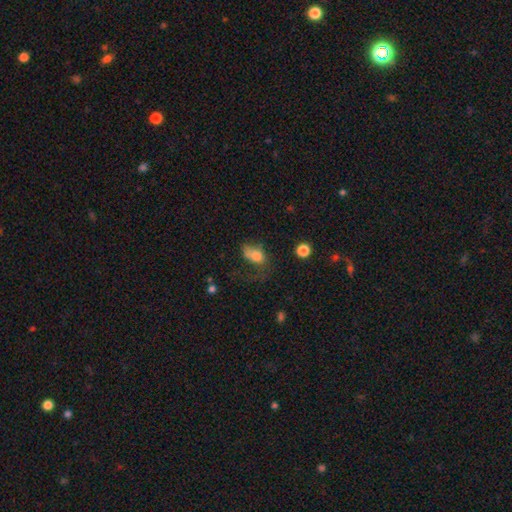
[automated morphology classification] Smooth or featured?
  - smooth: 71% *
  - featured or disk: 18%
  - star or artifact: 11%
How rounded?
  - in between: 75% *
  - round: 22%
  - cigar-shaped: 3%
Merging?
  - major disturbance: 48% *
  - none: 22%
  - minor disturbance: 22%
  - merger: 8%